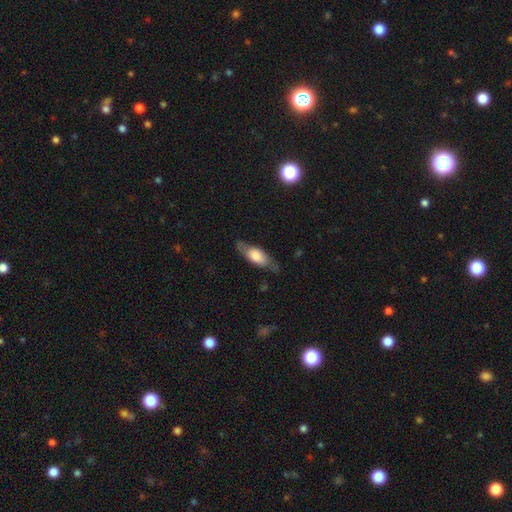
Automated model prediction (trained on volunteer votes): Smooth or featured? smooth (57%)
How rounded? in between (65%)
Merging? none (74%)